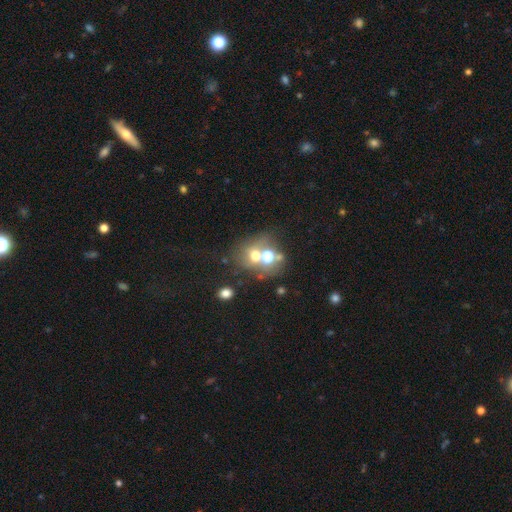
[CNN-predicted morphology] Overall: smooth (57%; star or artifact 22%). How rounded: round (67%; in between 32%). Merging: merger (44%; none 39%).